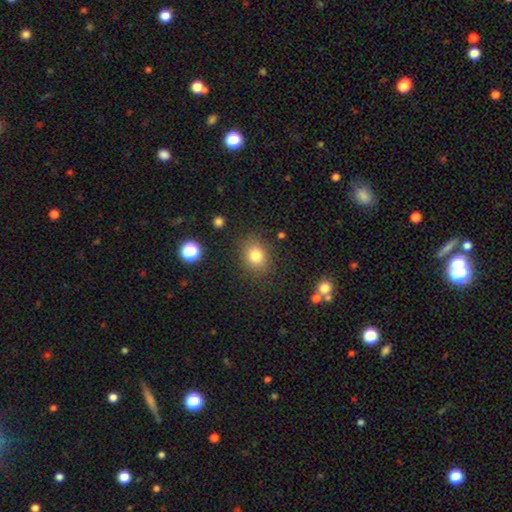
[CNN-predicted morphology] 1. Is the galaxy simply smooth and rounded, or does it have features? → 80% smooth, 12% star or artifact, 8% featured or disk.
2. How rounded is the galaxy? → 62% round, 37% in between, 1% cigar-shaped.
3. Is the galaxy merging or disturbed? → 84% none, 10% minor disturbance, 4% major disturbance, 2% merger.